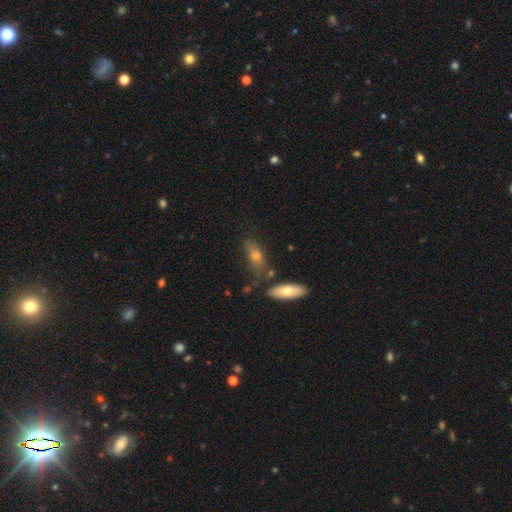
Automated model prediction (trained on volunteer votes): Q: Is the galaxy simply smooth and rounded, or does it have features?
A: smooth — 69%.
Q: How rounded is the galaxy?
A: in between — 70%.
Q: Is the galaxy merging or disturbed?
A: none — 50%.